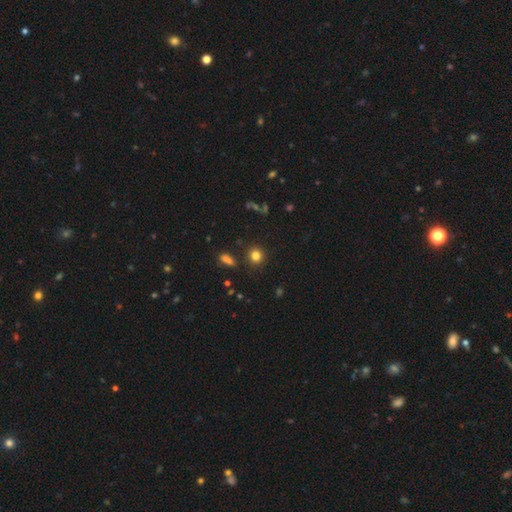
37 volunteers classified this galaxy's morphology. Smooth or featured? smooth (84%)
How rounded? round (84%)
Merging? none (89%)